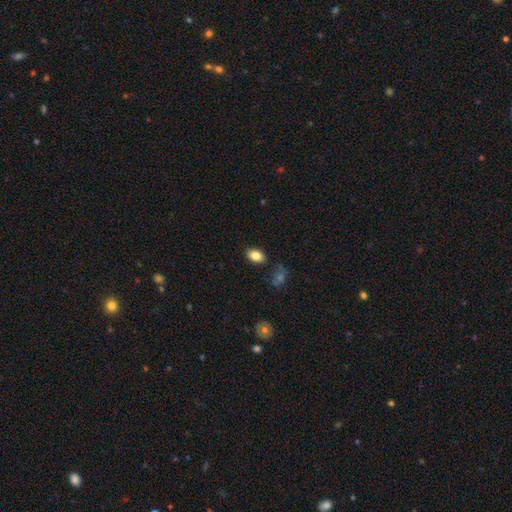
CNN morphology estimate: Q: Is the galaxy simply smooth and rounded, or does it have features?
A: smooth — 84%.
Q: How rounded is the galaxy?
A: in between — 87%.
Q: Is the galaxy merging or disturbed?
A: none — 84%.